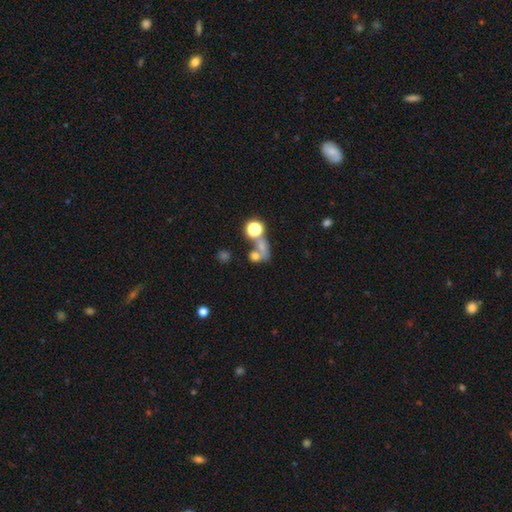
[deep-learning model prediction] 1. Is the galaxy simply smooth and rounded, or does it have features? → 61% smooth, 22% star or artifact, 17% featured or disk.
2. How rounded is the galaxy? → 61% round, 35% in between, 4% cigar-shaped.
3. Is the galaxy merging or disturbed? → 46% merger, 33% none, 11% major disturbance, 9% minor disturbance.